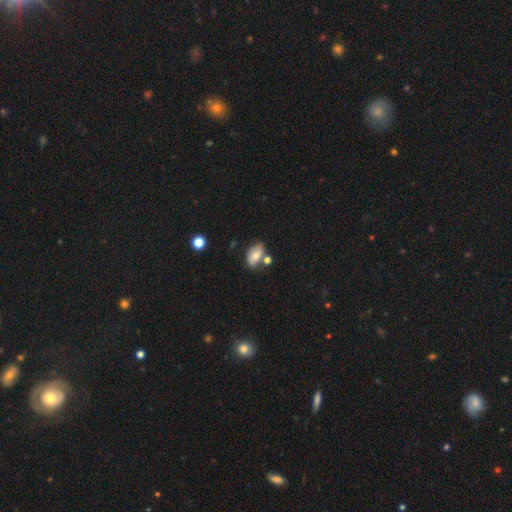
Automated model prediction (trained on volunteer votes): Smooth or featured: smooth — 67% (featured or disk — 25%)
How rounded: in between — 87% (round — 11%)
Merging: none — 62% (merger — 18%)